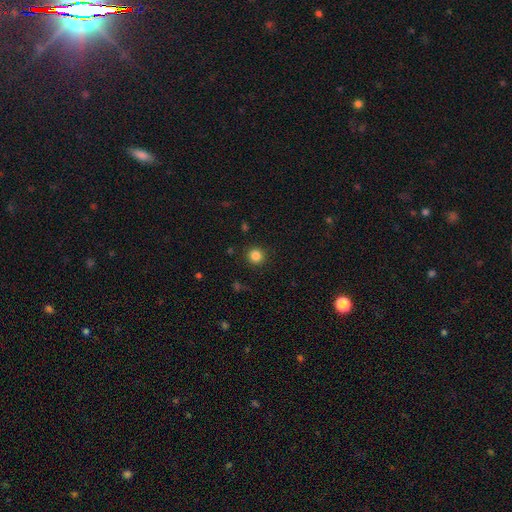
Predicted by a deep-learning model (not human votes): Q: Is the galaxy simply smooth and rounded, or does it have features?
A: smooth — 84%.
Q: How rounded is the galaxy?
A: round — 94%.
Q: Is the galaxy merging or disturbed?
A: none — 91%.